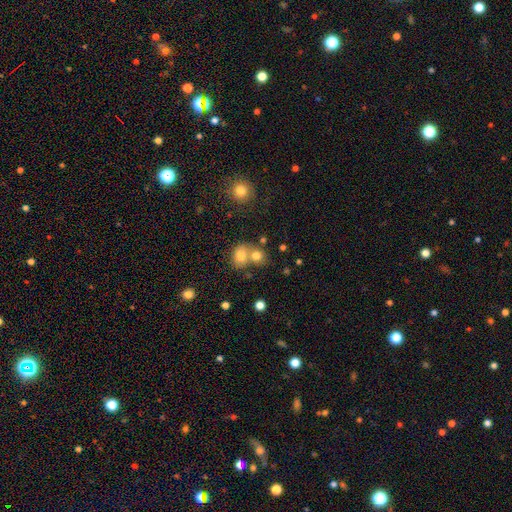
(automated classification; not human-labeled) Q: Smooth or featured?
A: smooth (77%); runner-up: star or artifact (13%)
Q: How rounded?
A: round (69%); runner-up: in between (30%)
Q: Merging?
A: merger (46%); runner-up: none (43%)